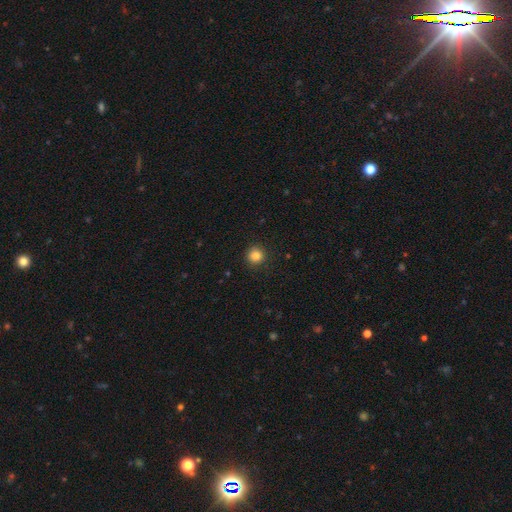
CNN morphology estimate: Smooth or featured: smooth — 85% (star or artifact — 11%)
How rounded: round — 94% (in between — 5%)
Merging: none — 91% (minor disturbance — 6%)